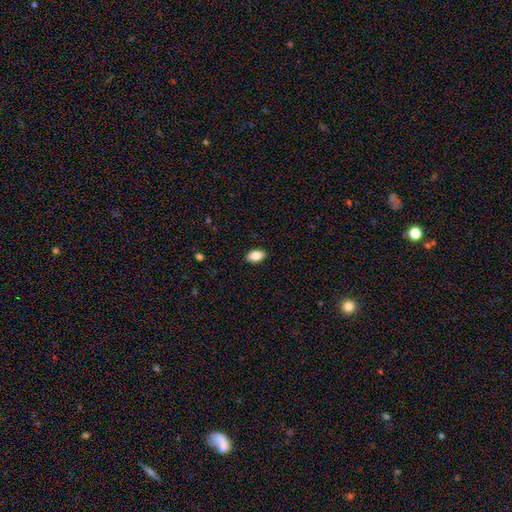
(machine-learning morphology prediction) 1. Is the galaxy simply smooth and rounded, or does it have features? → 87% smooth, 7% star or artifact, 6% featured or disk.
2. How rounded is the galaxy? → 92% in between, 5% round, 3% cigar-shaped.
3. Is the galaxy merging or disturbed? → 89% none, 8% minor disturbance, 2% major disturbance, 1% merger.